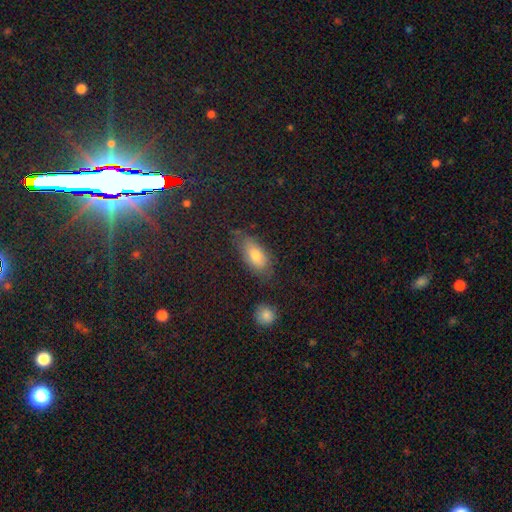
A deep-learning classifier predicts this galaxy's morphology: smooth-or-featured: smooth: 71% | star or artifact: 15% | featured or disk: 14%
  how-rounded: in between: 83% | cigar-shaped: 10% | round: 7%
  merging: none: 68% | minor disturbance: 22% | major disturbance: 7% | merger: 3%